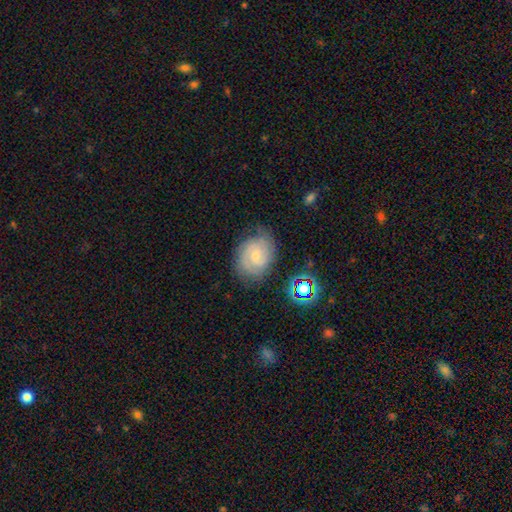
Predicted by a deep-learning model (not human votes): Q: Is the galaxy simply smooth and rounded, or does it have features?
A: featured or disk — 75%.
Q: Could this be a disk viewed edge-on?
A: no — 97%.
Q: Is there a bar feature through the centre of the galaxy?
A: no — 59%.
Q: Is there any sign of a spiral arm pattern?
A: yes — 95%.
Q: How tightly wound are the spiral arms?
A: tight — 65%.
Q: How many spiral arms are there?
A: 2 — 56%.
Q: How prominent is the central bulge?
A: small — 64%.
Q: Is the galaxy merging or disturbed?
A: none — 72%.